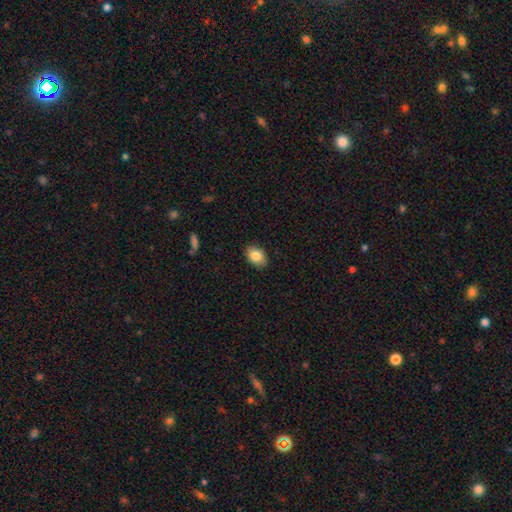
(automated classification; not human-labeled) smooth_or_featured: smooth (p=0.85) [alt: featured or disk p=0.08]
how_rounded: in between (p=0.84) [alt: round p=0.15]
merging: none (p=0.88) [alt: minor disturbance p=0.09]